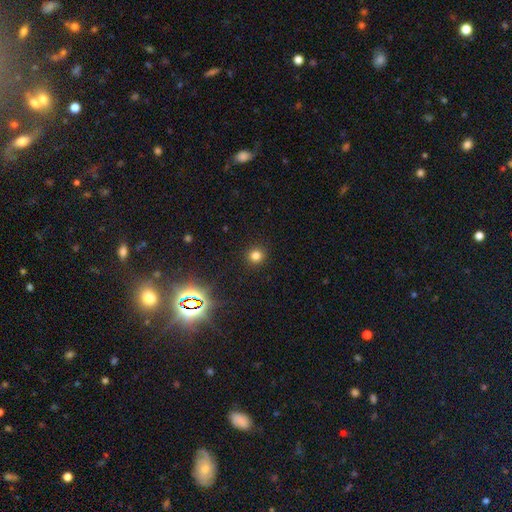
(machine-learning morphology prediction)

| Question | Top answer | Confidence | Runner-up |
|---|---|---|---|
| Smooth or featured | smooth | 76% | star or artifact (18%) |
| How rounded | round | 92% | in between (7%) |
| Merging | none | 92% | minor disturbance (5%) |